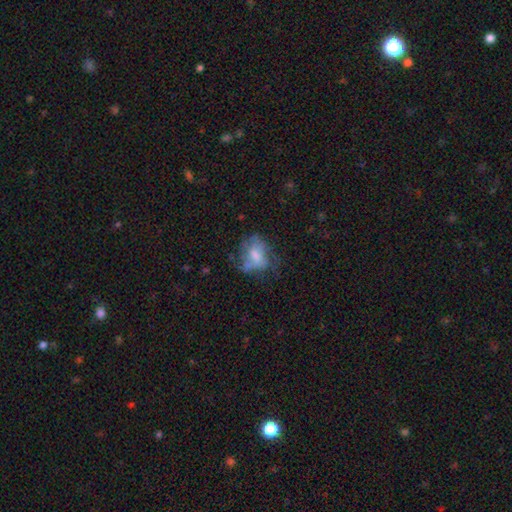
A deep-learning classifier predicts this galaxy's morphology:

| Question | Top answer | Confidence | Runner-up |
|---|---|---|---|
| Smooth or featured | smooth | 52% | featured or disk (38%) |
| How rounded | in between | 65% | round (33%) |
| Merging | none | 40% | minor disturbance (27%) |